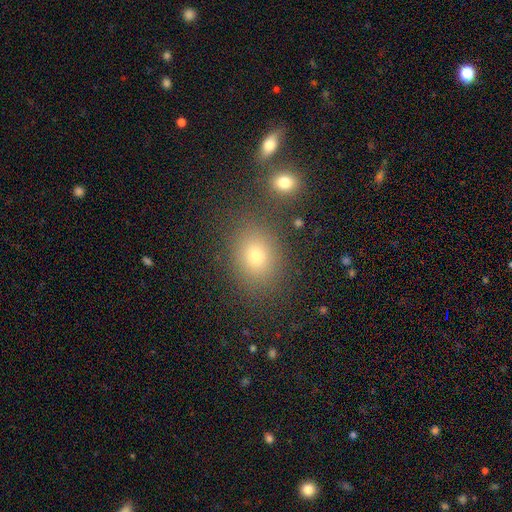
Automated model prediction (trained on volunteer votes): Overall: smooth (75%). How rounded: in between (55%; round 44%). Merging: none (79%).